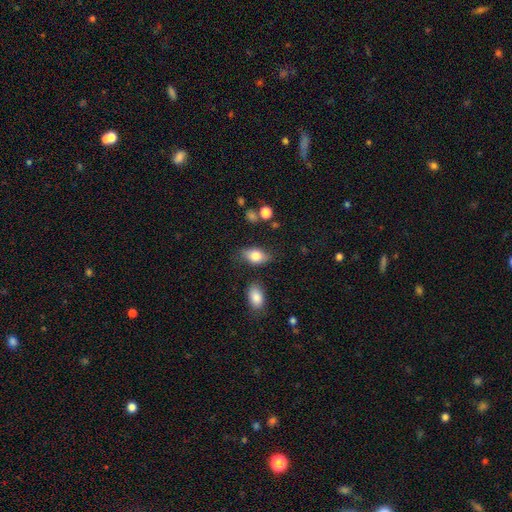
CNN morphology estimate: A smooth galaxy with no disk features (81%) that is in between round and cigar-shaped (88%). Merging: none (73%).